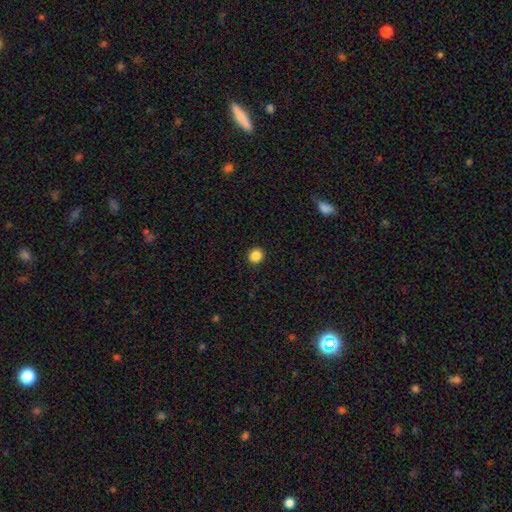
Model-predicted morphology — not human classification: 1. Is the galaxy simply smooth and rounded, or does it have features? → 87% smooth, 10% star or artifact, 3% featured or disk.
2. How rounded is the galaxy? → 90% round, 9% in between, 1% cigar-shaped.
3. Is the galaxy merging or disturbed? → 93% none, 4% minor disturbance, 2% major disturbance, 1% merger.